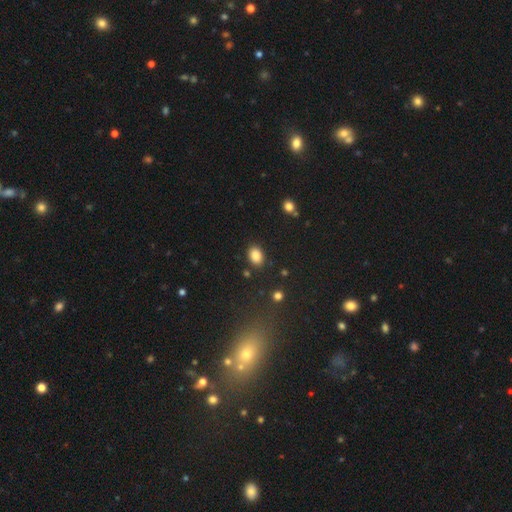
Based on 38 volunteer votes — This appears to be a smooth galaxy with no disk features (95%) that is in between round and cigar-shaped (81%). Merging: none (92%).